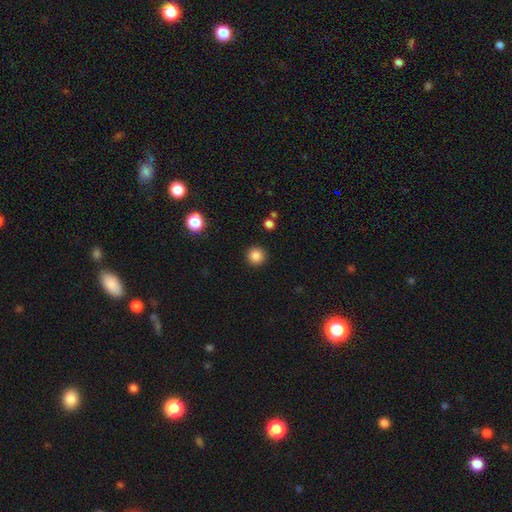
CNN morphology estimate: This is clearly a smooth galaxy (85%). How rounded: clearly round (95%). Merging: clearly none (92%).